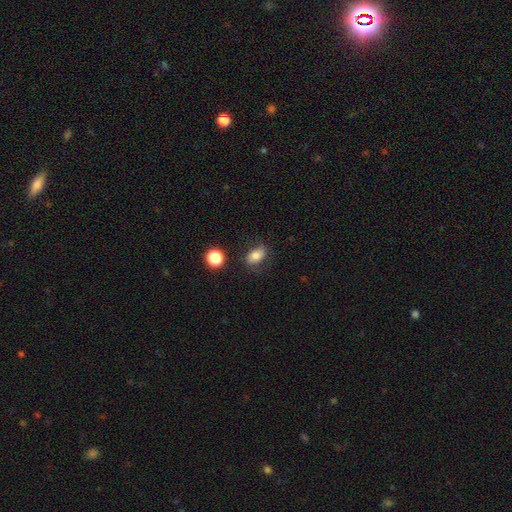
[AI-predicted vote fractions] smooth 72%, featured or disk 17%, star or artifact 11%. Down the decision tree: how rounded — in between (82%); merging — none (68%).